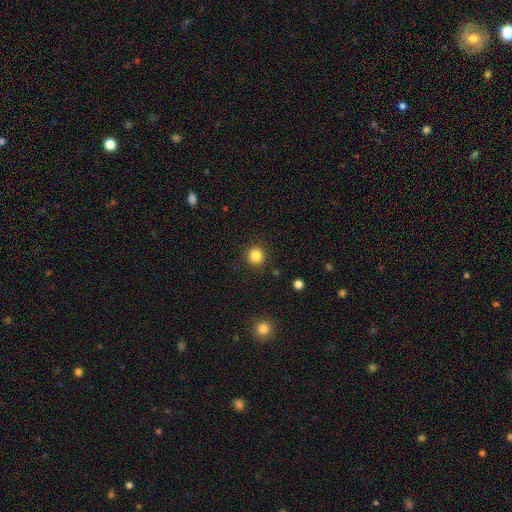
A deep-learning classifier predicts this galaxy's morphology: smooth-or-featured: smooth: 85% | star or artifact: 11% | featured or disk: 4%
  how-rounded: round: 94% | in between: 5% | cigar-shaped: 1%
  merging: none: 91% | minor disturbance: 6% | major disturbance: 2% | merger: 1%